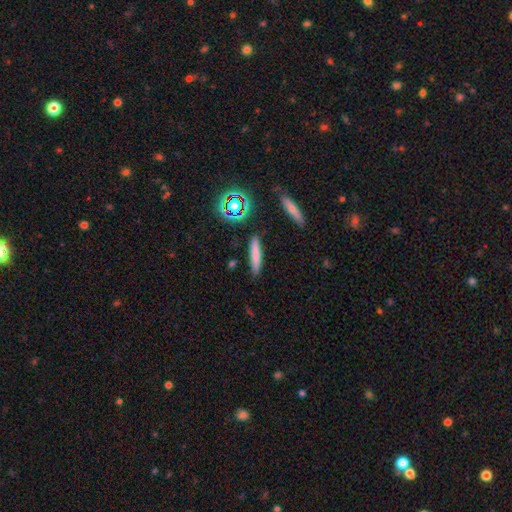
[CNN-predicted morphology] The model was most divided on "smooth or featured": smooth: 75%, featured or disk: 15%, star or artifact: 10%. More confident: merging — none (87%); how rounded — cigar-shaped (87%).